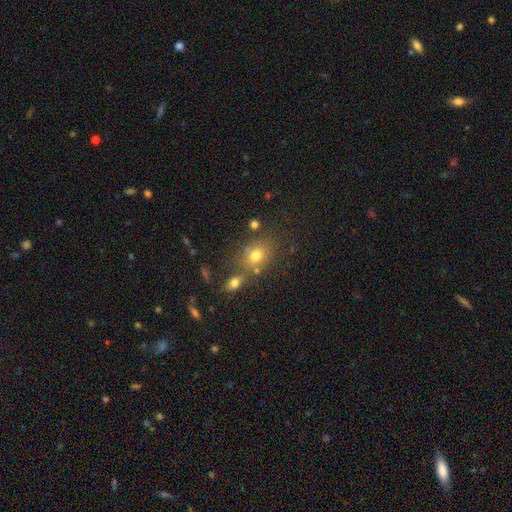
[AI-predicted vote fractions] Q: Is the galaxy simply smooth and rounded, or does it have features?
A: smooth — 69%.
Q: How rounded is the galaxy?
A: in between — 53%.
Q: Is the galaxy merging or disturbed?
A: none — 63%.